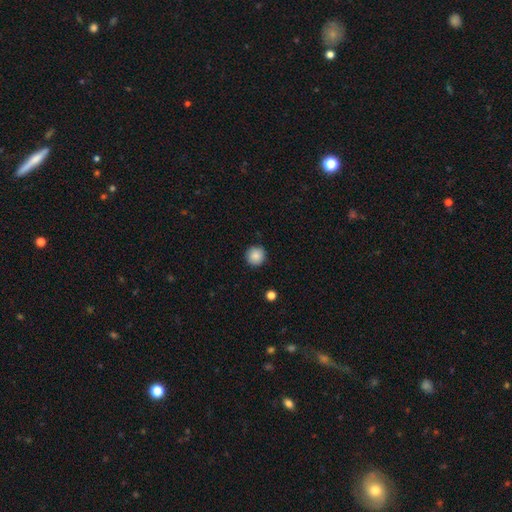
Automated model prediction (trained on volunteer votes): This is clearly a smooth galaxy (88%). How rounded: clearly round (95%). Merging: clearly none (92%).